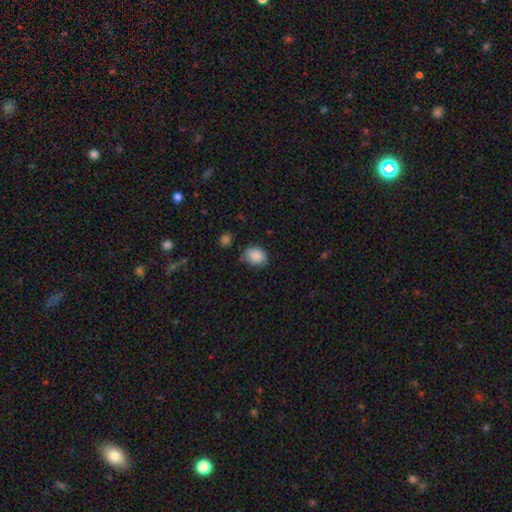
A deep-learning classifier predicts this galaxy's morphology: A smooth galaxy with no disk features (88%) that is in between round and cigar-shaped (63%).

Vote fractions:
- Smooth or featured? smooth: 88% / star or artifact: 8% / featured or disk: 3%
- How rounded? in between: 63% / round: 36% / cigar-shaped: 1%
- Merging? none: 77% / minor disturbance: 17% / major disturbance: 4% / merger: 3%